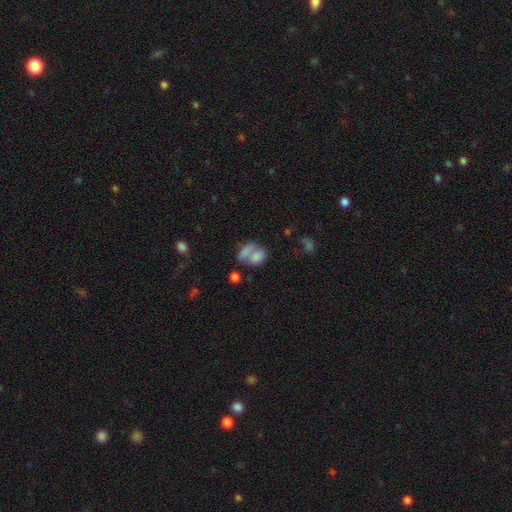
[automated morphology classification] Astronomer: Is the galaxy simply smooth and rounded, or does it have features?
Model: smooth — 73%.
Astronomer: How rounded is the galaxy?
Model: in between — 68%.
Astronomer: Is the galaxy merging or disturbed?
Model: merger — 54%.